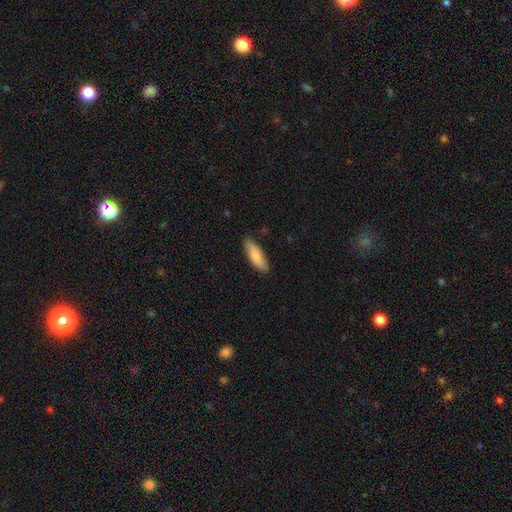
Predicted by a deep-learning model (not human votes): A smooth galaxy with no disk features (83%) that is in between round and cigar-shaped (51%).

Vote fractions:
- Smooth or featured? smooth: 83% / featured or disk: 12% / star or artifact: 5%
- How rounded? in between: 51% / cigar-shaped: 47% / round: 2%
- Merging? none: 83% / minor disturbance: 13% / major disturbance: 2% / merger: 1%